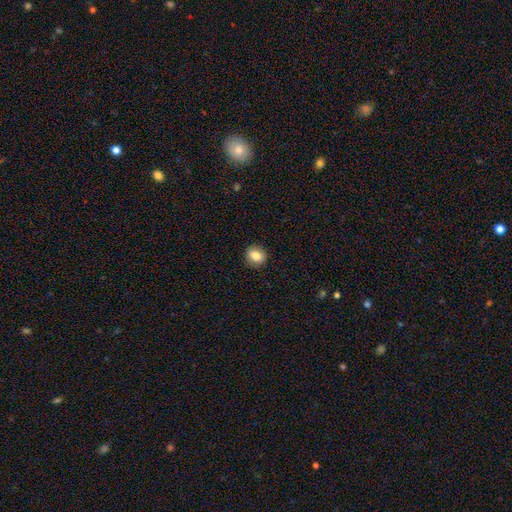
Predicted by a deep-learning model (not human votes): smooth 82%, star or artifact 9%, featured or disk 8%. Down the decision tree: how rounded — round (68%); merging — none (89%).